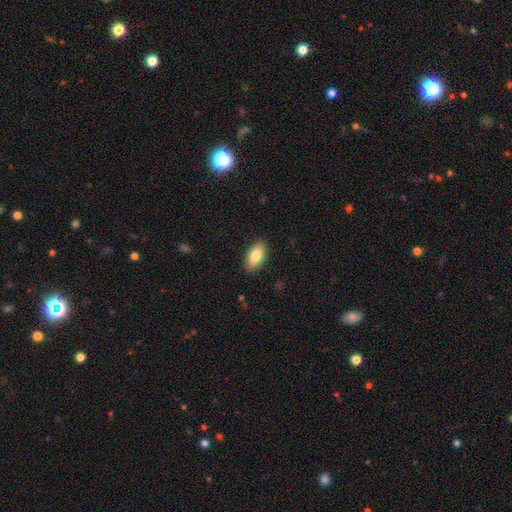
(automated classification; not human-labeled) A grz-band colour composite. It shows a smooth galaxy with no disk features (82%) that is in between round and cigar-shaped (92%). Merging: none (89%).